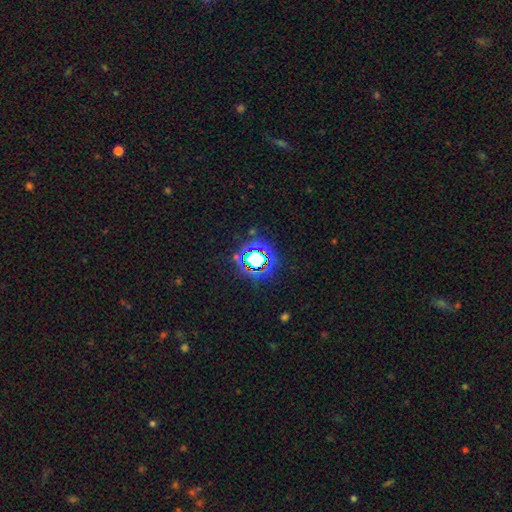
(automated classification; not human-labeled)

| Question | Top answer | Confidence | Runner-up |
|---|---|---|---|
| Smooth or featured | star or artifact | 63% | smooth (25%) |